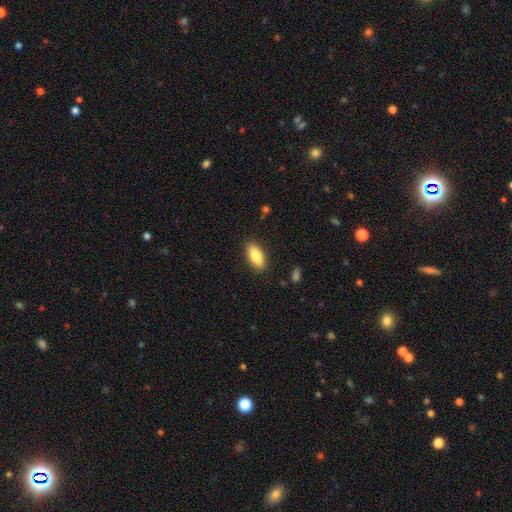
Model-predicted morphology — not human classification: Smooth or featured? smooth (83%)
How rounded? in between (83%)
Merging? none (87%)